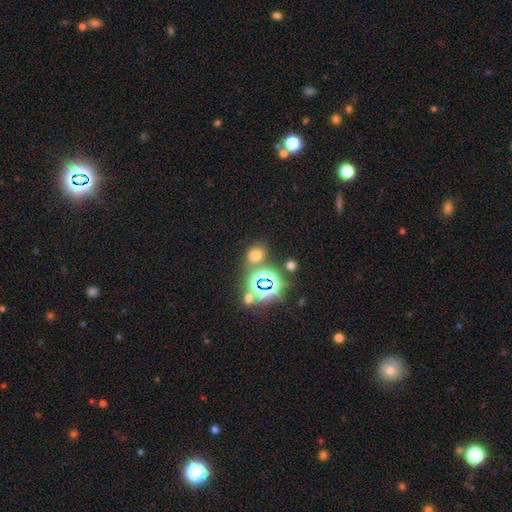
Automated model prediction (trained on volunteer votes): Smooth or featured? Predicted: smooth (p=0.58). How rounded? Predicted: round (p=0.61). Merging? Predicted: none (p=0.69).